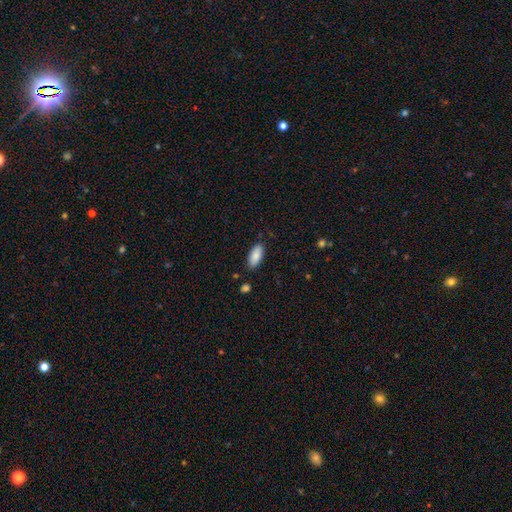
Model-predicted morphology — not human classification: Smooth or featured? smooth (87%)
How rounded? in between (88%)
Merging? none (84%)